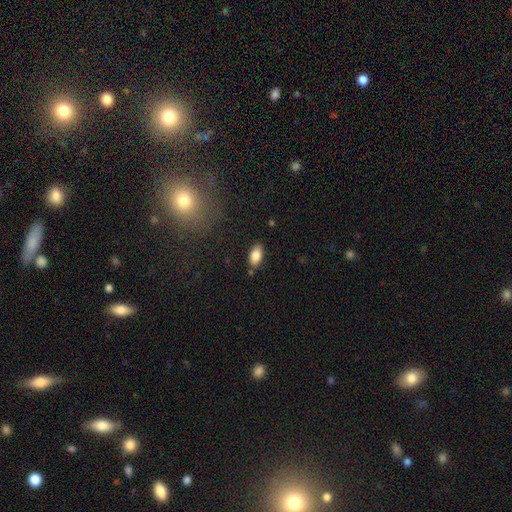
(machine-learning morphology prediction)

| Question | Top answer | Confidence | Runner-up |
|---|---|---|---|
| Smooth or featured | smooth | 86% | star or artifact (7%) |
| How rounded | in between | 92% | cigar-shaped (4%) |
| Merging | none | 82% | minor disturbance (12%) |